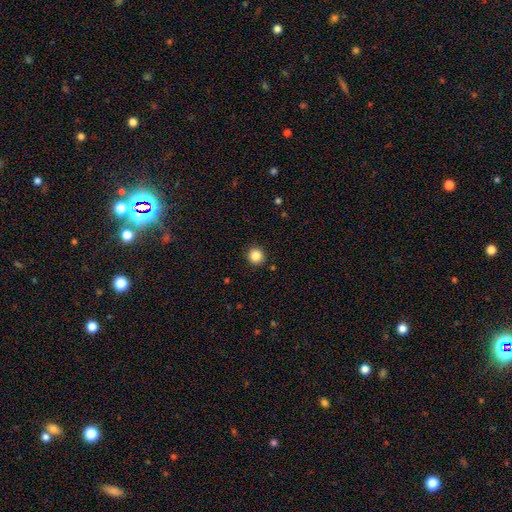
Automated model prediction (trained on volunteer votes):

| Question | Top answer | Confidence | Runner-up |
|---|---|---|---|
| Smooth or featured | smooth | 86% | star or artifact (11%) |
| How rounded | round | 93% | in between (6%) |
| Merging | none | 92% | minor disturbance (6%) |